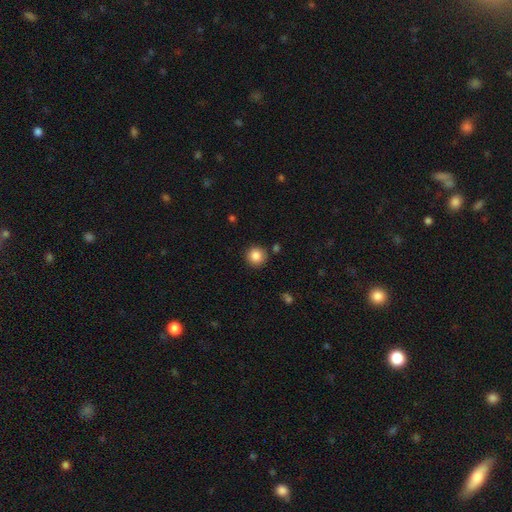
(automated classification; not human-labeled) This is clearly a smooth galaxy (86%). How rounded: clearly round (94%). Merging: clearly none (88%).